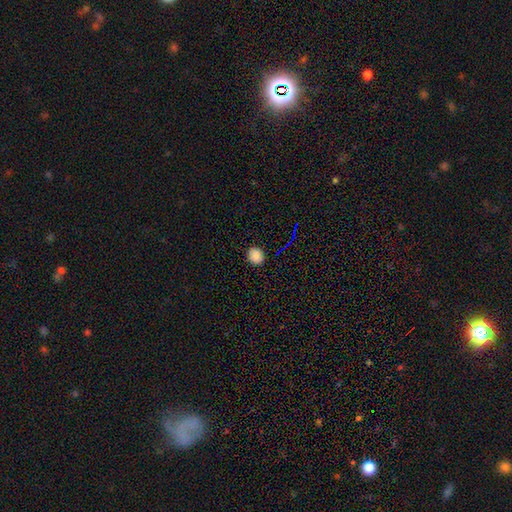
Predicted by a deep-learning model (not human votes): smooth 83%, star or artifact 12%, featured or disk 5%. Down the decision tree: how rounded — round (65%); merging — none (88%).